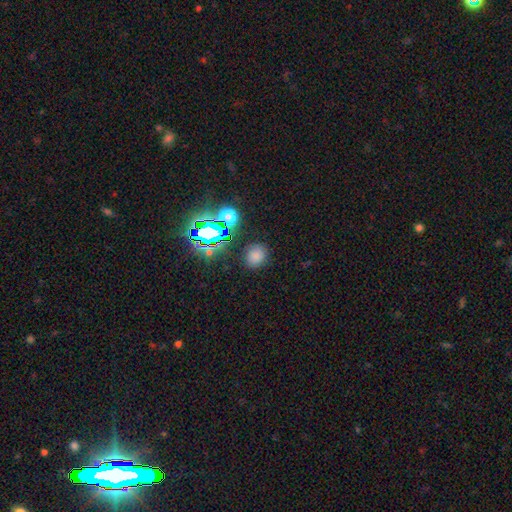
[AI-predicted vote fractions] smooth_or_featured: smooth (p=0.72) [alt: star or artifact p=0.21]
how_rounded: round (p=0.62) [alt: in between p=0.37]
merging: none (p=0.83) [alt: minor disturbance p=0.11]